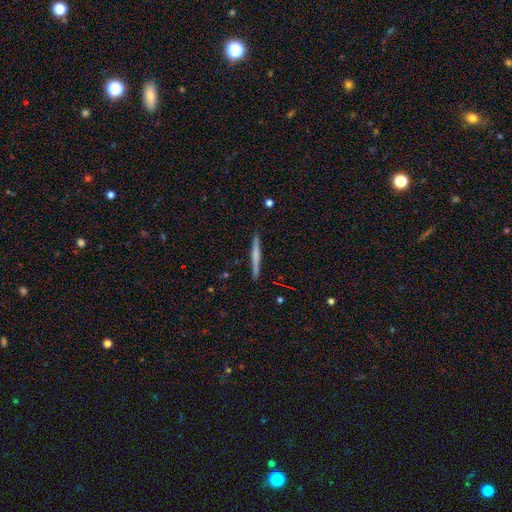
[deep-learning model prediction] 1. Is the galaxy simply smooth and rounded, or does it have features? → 49% featured or disk, 46% smooth, 6% star or artifact.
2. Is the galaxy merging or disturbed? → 91% none, 6% minor disturbance, 1% major disturbance, 1% merger.